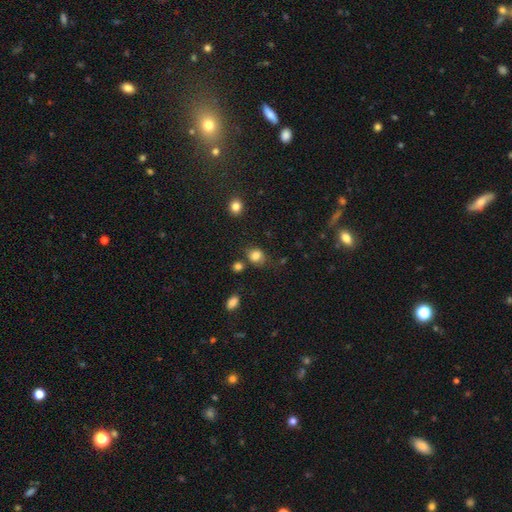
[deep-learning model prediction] smooth_or_featured: smooth (p=0.81) [alt: star or artifact p=0.11]
how_rounded: round (p=0.61) [alt: in between p=0.38]
merging: none (p=0.67) [alt: minor disturbance p=0.20]